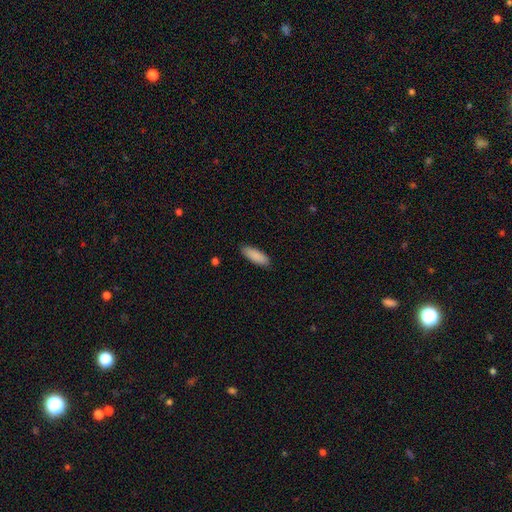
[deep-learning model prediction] This is clearly a smooth galaxy (90%). How rounded: likely in between (63%). Merging: clearly none (89%).